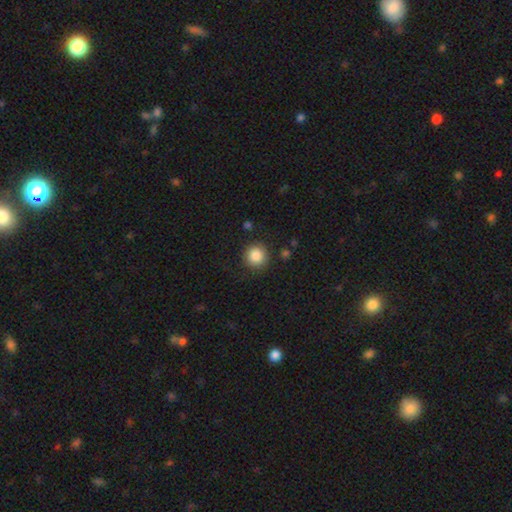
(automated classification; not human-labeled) This appears to be a smooth galaxy with no disk features (86%) that is round (93%). Merging: none (88%).